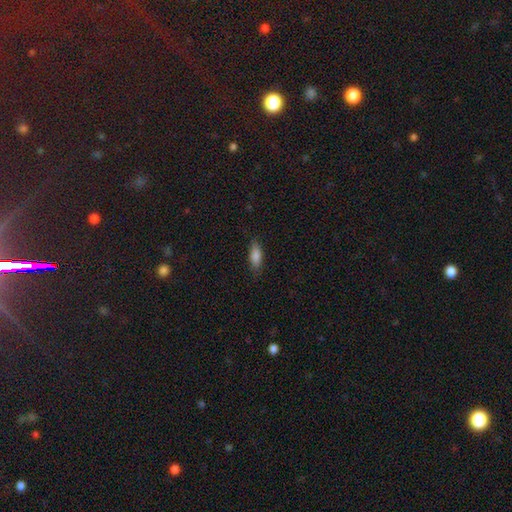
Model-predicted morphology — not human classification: Q: Smooth or featured?
A: smooth (84%); runner-up: featured or disk (9%)
Q: How rounded?
A: in between (68%); runner-up: cigar-shaped (30%)
Q: Merging?
A: none (83%); runner-up: minor disturbance (14%)